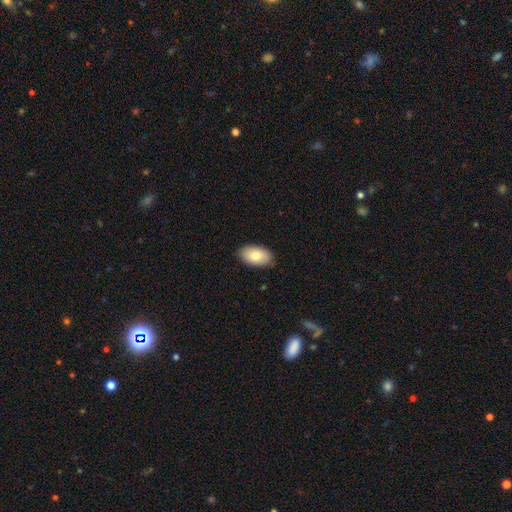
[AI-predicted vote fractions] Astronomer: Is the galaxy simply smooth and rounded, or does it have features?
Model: smooth — 81%.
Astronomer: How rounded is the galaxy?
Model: in between — 94%.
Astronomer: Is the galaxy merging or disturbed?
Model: none — 86%.